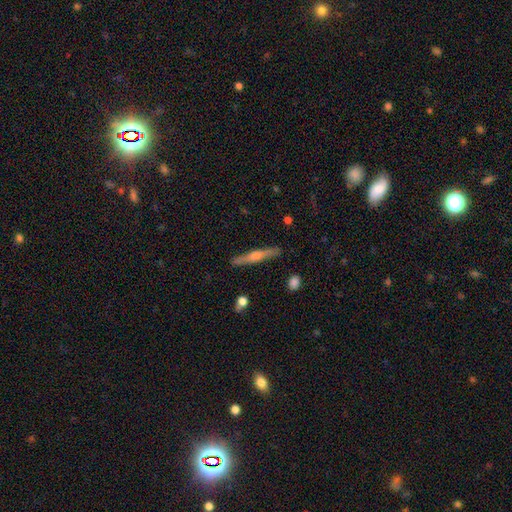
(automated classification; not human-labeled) smooth_or_featured: featured or disk (p=0.63) [alt: smooth p=0.30]
disk_edge_on: yes (p=0.97) [alt: no p=0.03]
edge_on_bulge: rounded (p=0.78) [alt: none p=0.11]
merging: none (p=0.88) [alt: minor disturbance p=0.08]